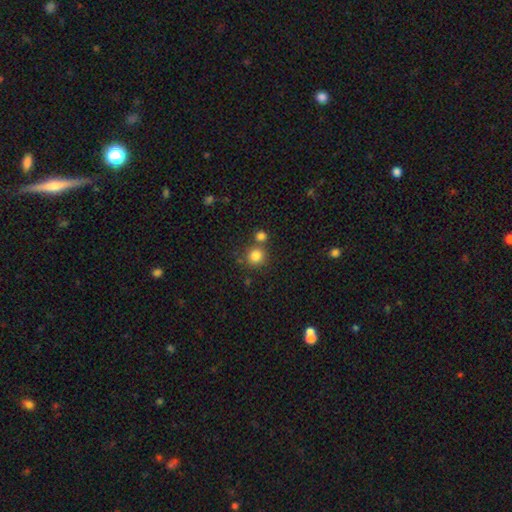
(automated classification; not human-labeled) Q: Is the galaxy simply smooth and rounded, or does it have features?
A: smooth — 83%.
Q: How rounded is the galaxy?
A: round — 91%.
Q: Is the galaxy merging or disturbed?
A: none — 68%.